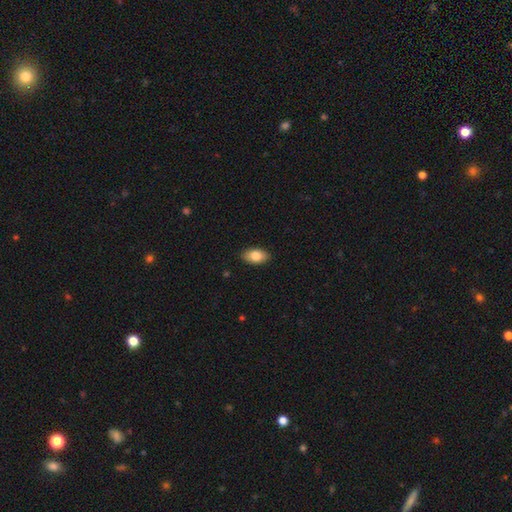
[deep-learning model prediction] Smooth or featured?
  - smooth: 82% *
  - featured or disk: 11%
  - star or artifact: 7%
How rounded?
  - in between: 92% *
  - round: 6%
  - cigar-shaped: 2%
Merging?
  - none: 88% *
  - minor disturbance: 9%
  - major disturbance: 2%
  - merger: 1%